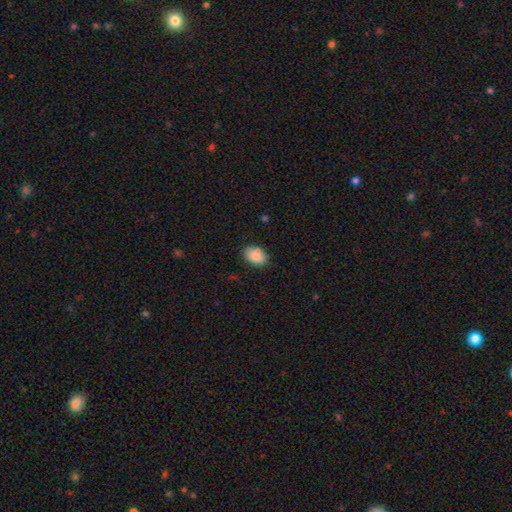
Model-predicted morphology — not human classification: Smooth or featured? Predicted: smooth (p=0.84). How rounded? Predicted: in between (p=0.87). Merging? Predicted: none (p=0.73).